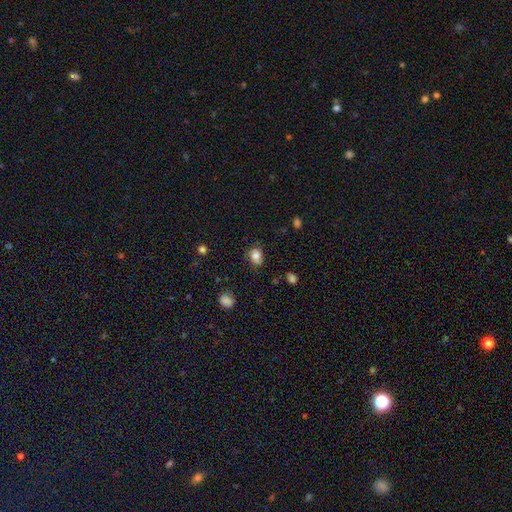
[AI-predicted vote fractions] Smooth or featured: smooth — 81% (star or artifact — 11%)
How rounded: round — 50% (in between — 49%)
Merging: none — 63% (minor disturbance — 27%)